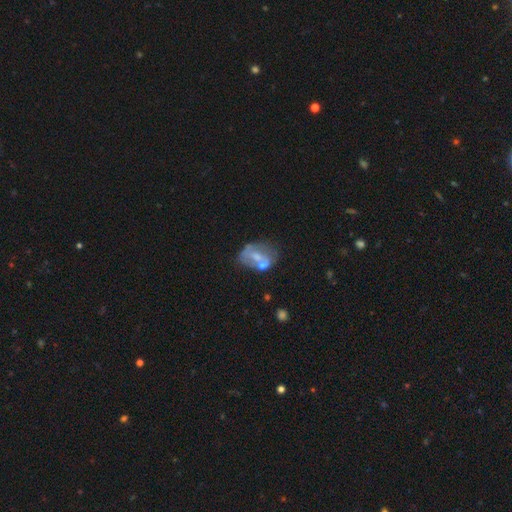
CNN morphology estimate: featured or disk 51%, smooth 41%, star or artifact 8%. Down the decision tree: edge-on disk — no (97%); merging — merger (31%).